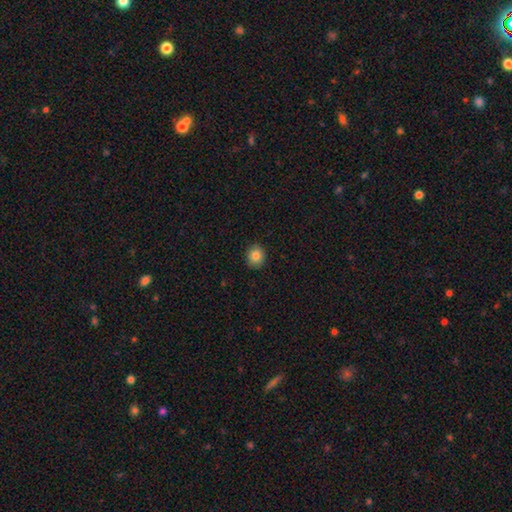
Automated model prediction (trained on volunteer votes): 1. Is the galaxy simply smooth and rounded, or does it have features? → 84% smooth, 10% star or artifact, 6% featured or disk.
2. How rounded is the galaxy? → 79% round, 20% in between, 1% cigar-shaped.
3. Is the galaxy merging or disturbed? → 91% none, 6% minor disturbance, 2% major disturbance, 1% merger.